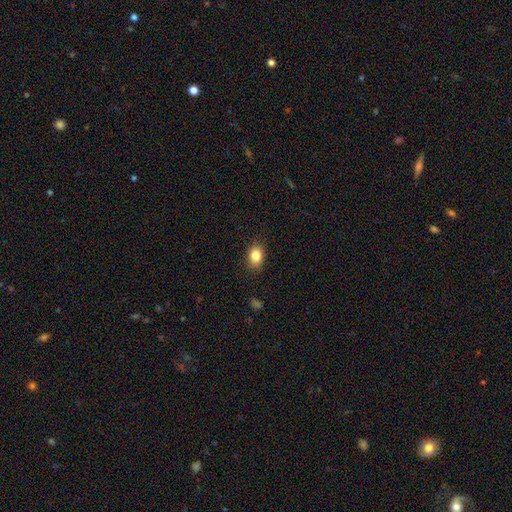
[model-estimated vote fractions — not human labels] smooth-or-featured: smooth: 84% | star or artifact: 9% | featured or disk: 7%
  how-rounded: in between: 65% | round: 33% | cigar-shaped: 1%
  merging: none: 85% | minor disturbance: 12% | major disturbance: 3% | merger: 1%